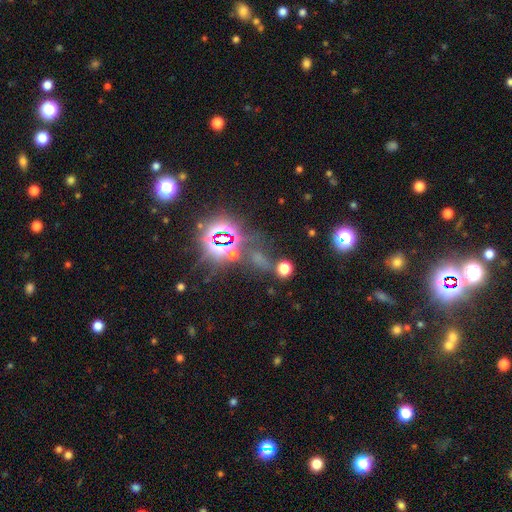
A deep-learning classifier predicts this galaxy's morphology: This is likely a star or artifact rather than a galaxy (77%).